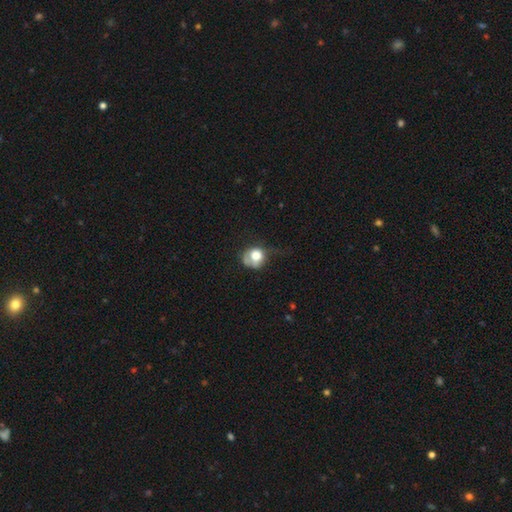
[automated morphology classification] A smooth galaxy with no disk features (70%) that is round (74%). Merging: major disturbance (35%).